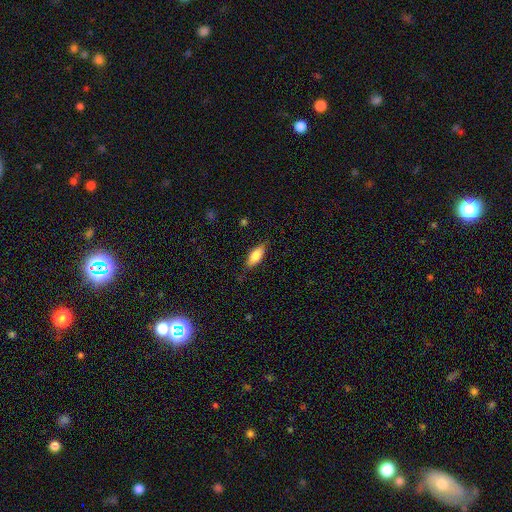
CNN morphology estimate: Q: Smooth or featured?
A: smooth (77%); runner-up: featured or disk (17%)
Q: How rounded?
A: in between (74%); runner-up: cigar-shaped (24%)
Q: Merging?
A: none (80%); runner-up: minor disturbance (15%)